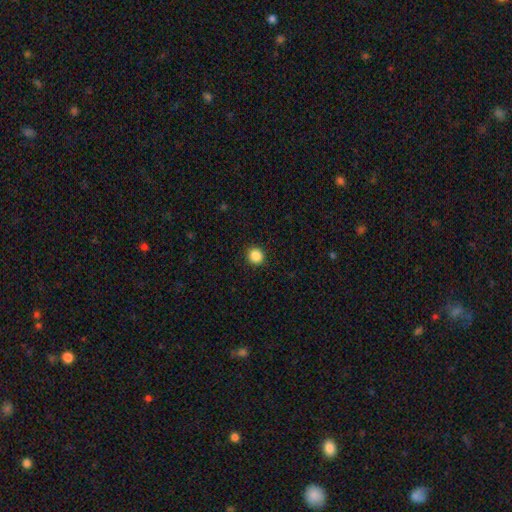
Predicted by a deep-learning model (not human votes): This is clearly a smooth galaxy (87%). How rounded: clearly round (90%). Merging: clearly none (92%).